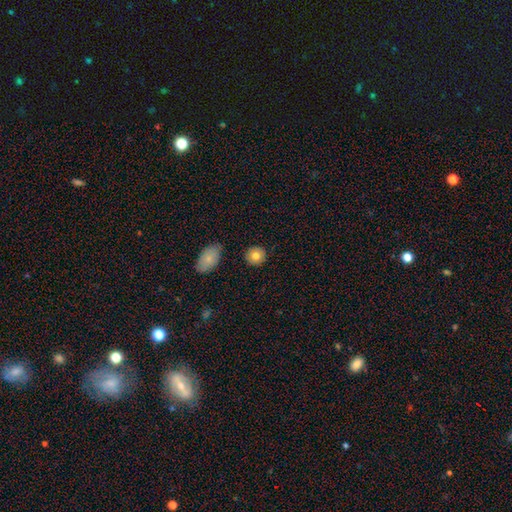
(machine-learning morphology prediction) smooth-or-featured: smooth: 80% | featured or disk: 11% | star or artifact: 9%
  how-rounded: round: 89% | in between: 10% | cigar-shaped: 1%
  merging: none: 87% | minor disturbance: 8% | merger: 3% | major disturbance: 2%